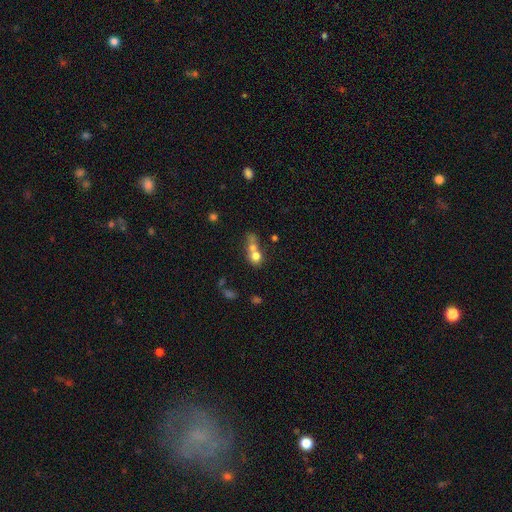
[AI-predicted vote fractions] Smooth or featured? smooth (68%)
How rounded? round (68%)
Merging? merger (65%)